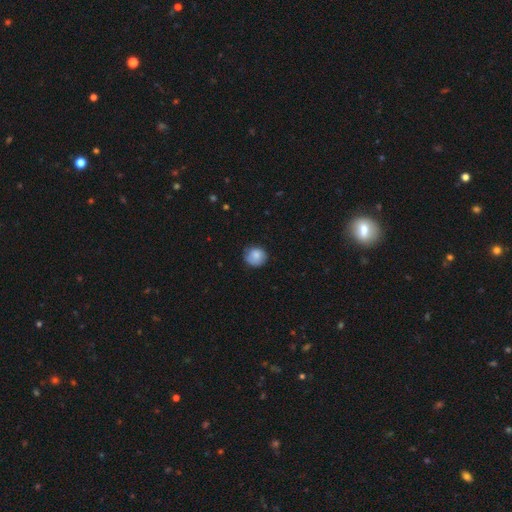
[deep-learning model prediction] Overall: smooth (83%). How rounded: round (86%). Merging: none (74%).